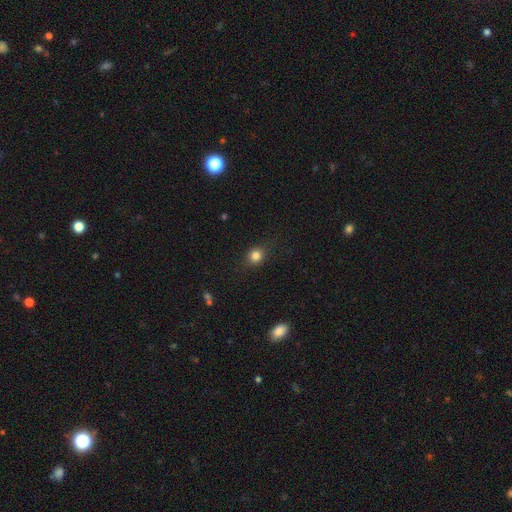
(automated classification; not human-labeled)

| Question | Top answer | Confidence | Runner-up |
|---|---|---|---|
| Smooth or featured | smooth | 82% | star or artifact (12%) |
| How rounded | round | 75% | in between (23%) |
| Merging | none | 83% | minor disturbance (12%) |